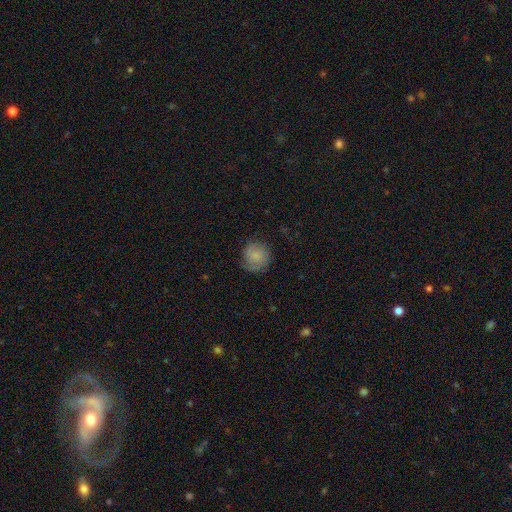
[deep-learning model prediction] A smooth galaxy with no disk features (73%) that is round (89%). Merging: none (74%).